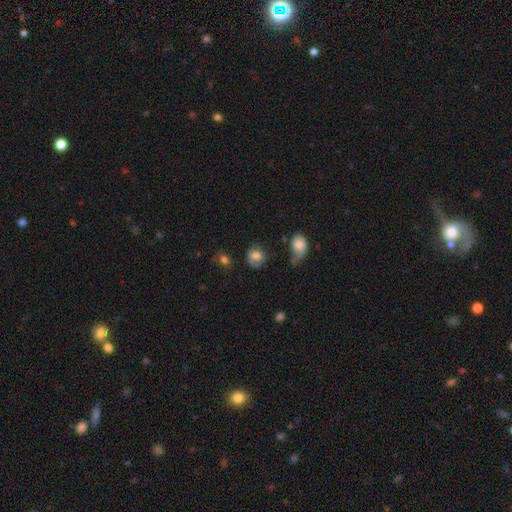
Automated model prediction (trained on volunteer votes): The model was most divided on "merging": none: 48%, minor disturbance: 28%, major disturbance: 18%, merger: 6%. More confident: smooth or featured — smooth (70%); how rounded — round (64%).